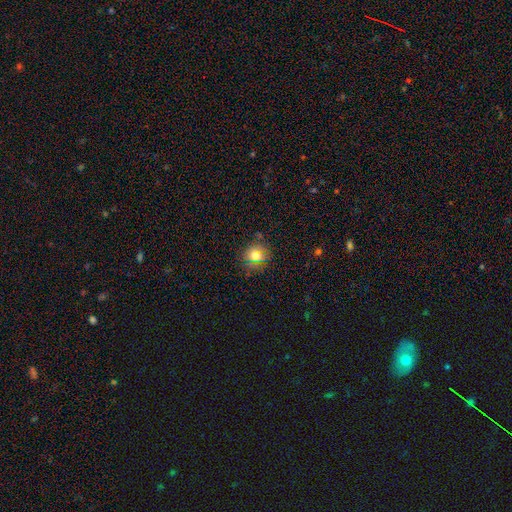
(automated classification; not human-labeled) Smooth or featured? Predicted: smooth (p=0.69). How rounded? Predicted: round (p=0.86). Merging? Predicted: none (p=0.84).